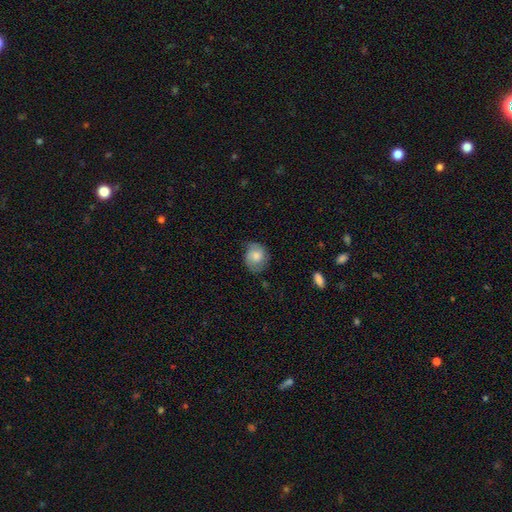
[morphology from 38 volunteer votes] smooth_or_featured: smooth (p=0.79) [alt: featured or disk p=0.18]
how_rounded: round (p=0.67) [alt: in between p=0.33]
merging: none (p=0.51) [alt: minor disturbance p=0.38]